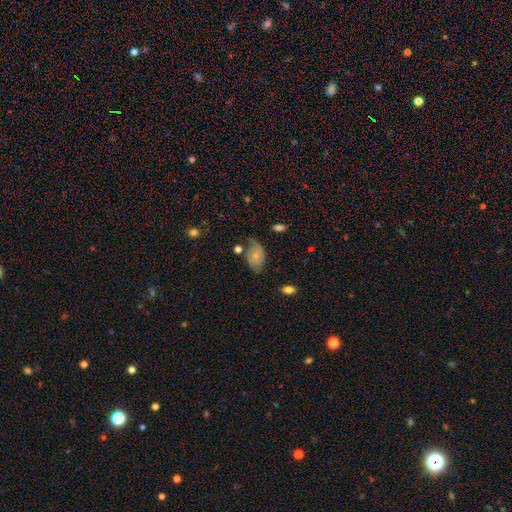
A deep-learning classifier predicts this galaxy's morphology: This is possibly a featured or disk galaxy (48%). Merging: possibly none (47%).